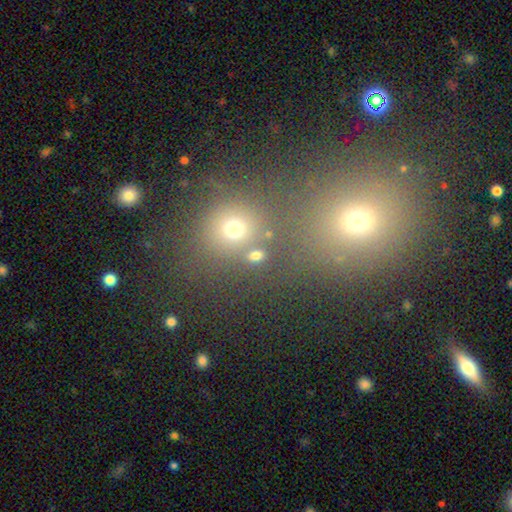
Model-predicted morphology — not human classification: type=smooth (70%); roundness=round (63%); merging=none (69%).